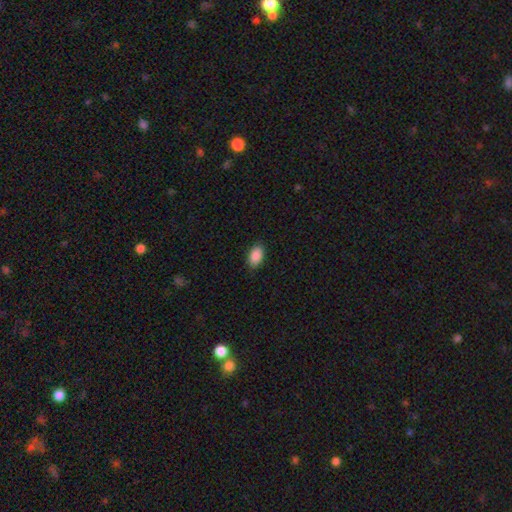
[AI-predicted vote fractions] Smooth or featured: smooth — 90% (star or artifact — 7%)
How rounded: in between — 93% (round — 5%)
Merging: none — 87% (minor disturbance — 9%)